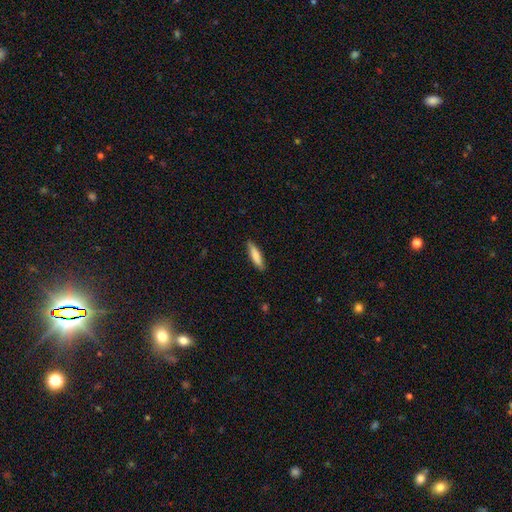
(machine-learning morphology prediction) Smooth or featured? smooth (79%)
How rounded? cigar-shaped (72%)
Merging? none (85%)